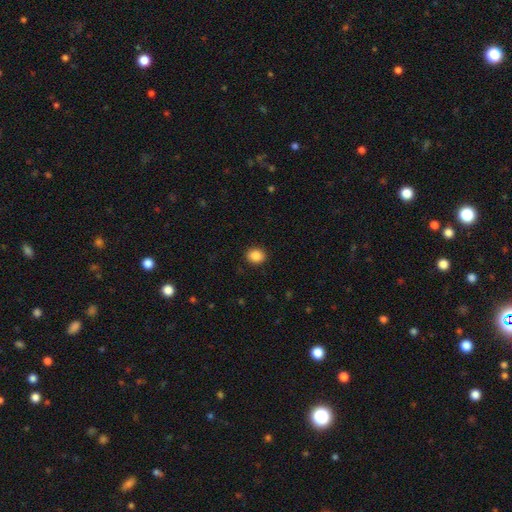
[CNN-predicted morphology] smooth-or-featured: smooth: 87% | star or artifact: 9% | featured or disk: 4%
  how-rounded: round: 63% | in between: 36% | cigar-shaped: 1%
  merging: none: 91% | minor disturbance: 7% | major disturbance: 2% | merger: 1%